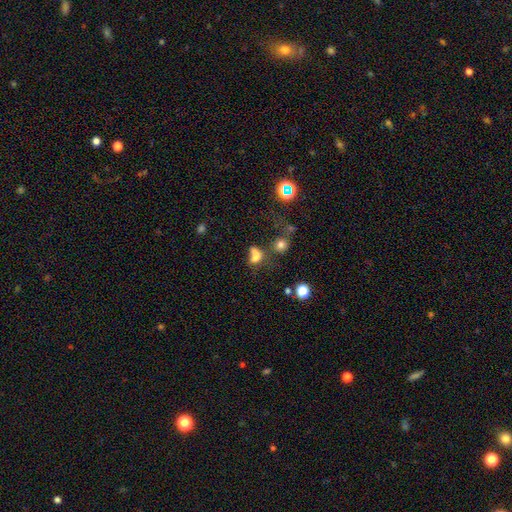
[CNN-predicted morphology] This appears to be a smooth galaxy with no disk features (67%) that is in between round and cigar-shaped (54%). Merging: merger (42%).